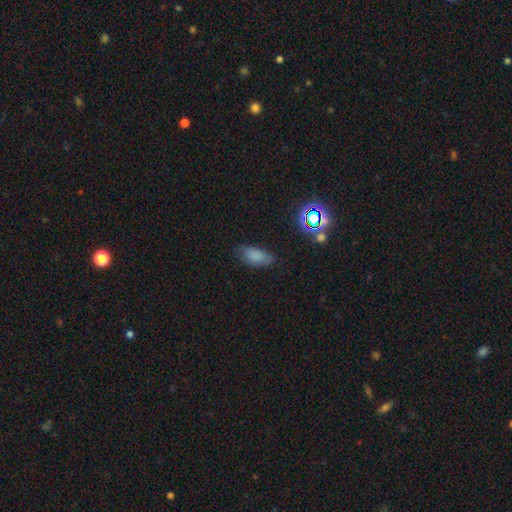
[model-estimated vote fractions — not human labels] Smooth or featured: smooth — 77% (star or artifact — 13%)
How rounded: in between — 86% (cigar-shaped — 10%)
Merging: none — 69% (minor disturbance — 23%)